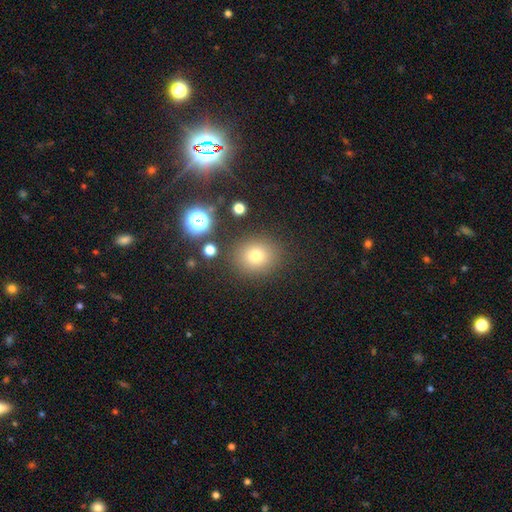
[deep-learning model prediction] Smooth or featured? smooth (73%)
How rounded? round (82%)
Merging? none (85%)